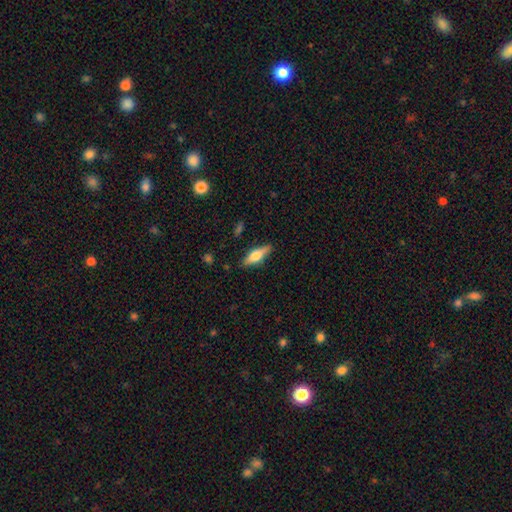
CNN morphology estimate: Smooth or featured? Predicted: smooth (p=0.51). How rounded? Predicted: cigar-shaped (p=0.52). Merging? Predicted: none (p=0.85).